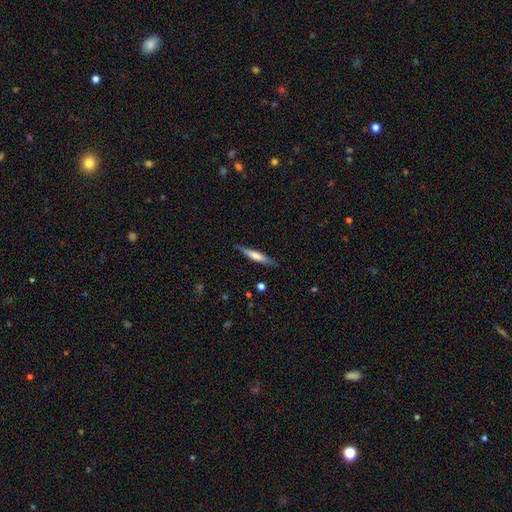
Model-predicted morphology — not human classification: This appears to be a smooth galaxy with no disk features (58%) that is cigar-shaped (90%). Merging: none (85%).